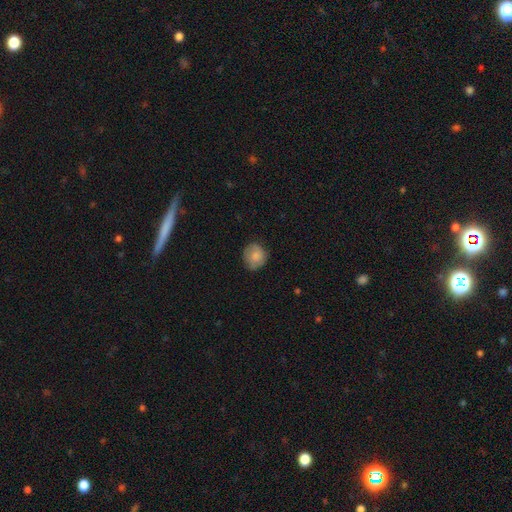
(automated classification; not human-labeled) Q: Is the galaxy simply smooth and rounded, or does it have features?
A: smooth — 80%.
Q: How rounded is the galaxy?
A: round — 83%.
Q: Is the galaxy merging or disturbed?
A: none — 75%.